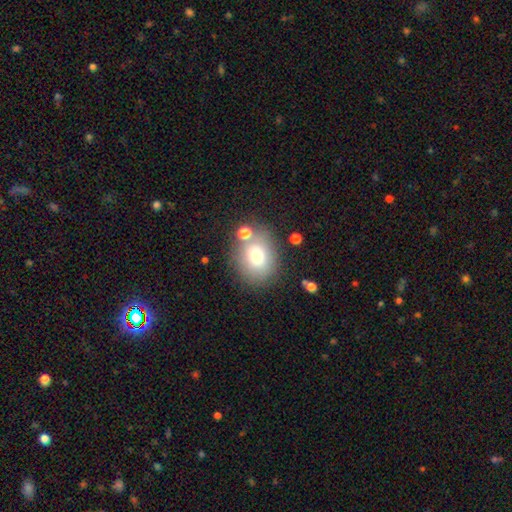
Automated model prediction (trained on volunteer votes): A smooth galaxy with no disk features (74%) that is round (59%).

Vote fractions:
- Smooth or featured? smooth: 74% / featured or disk: 14% / star or artifact: 12%
- How rounded? round: 59% / in between: 40% / cigar-shaped: 1%
- Merging? none: 71% / minor disturbance: 14% / merger: 10% / major disturbance: 5%